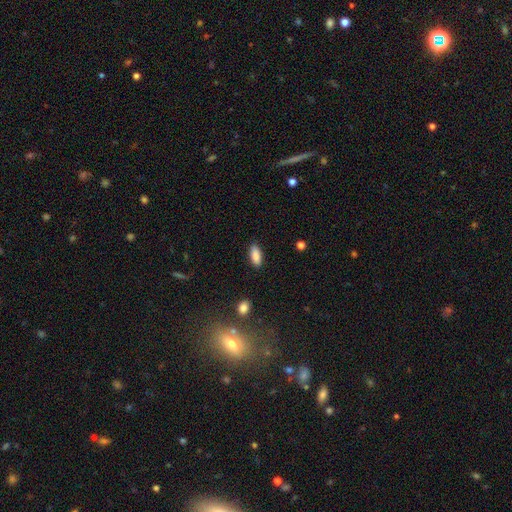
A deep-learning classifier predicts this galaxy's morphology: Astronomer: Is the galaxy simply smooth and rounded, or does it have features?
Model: smooth — 88%.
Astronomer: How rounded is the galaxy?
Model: in between — 80%.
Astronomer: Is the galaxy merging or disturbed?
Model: none — 87%.